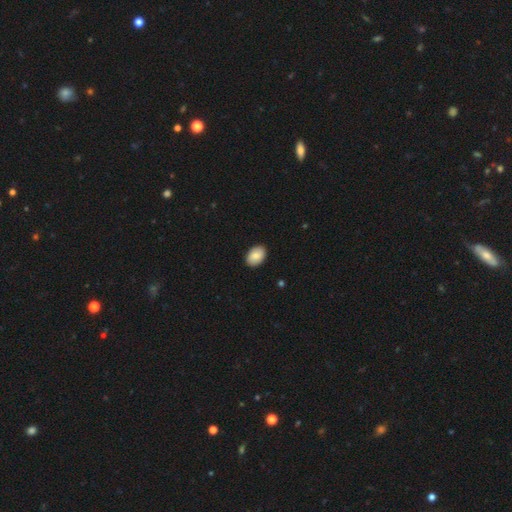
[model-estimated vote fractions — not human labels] Overall: smooth (87%). How rounded: in between (85%). Merging: none (90%).